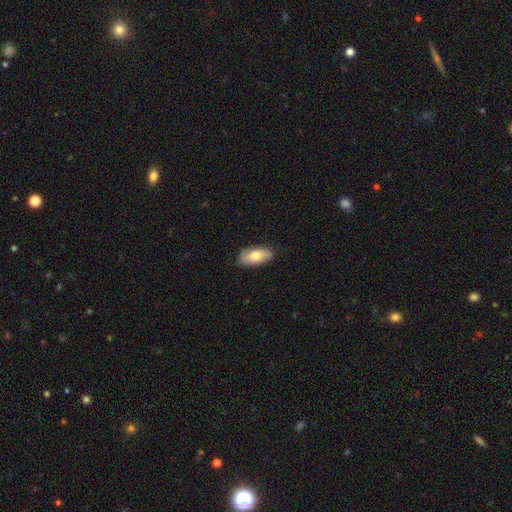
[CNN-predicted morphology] The model was most divided on "smooth or featured": smooth: 73%, featured or disk: 21%, star or artifact: 6%. More confident: how rounded — in between (90%); merging — none (83%).